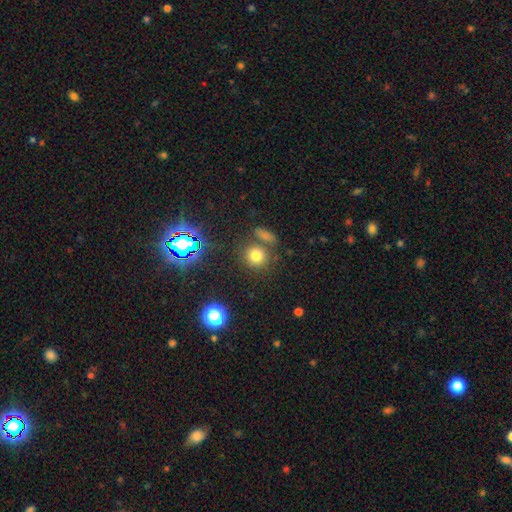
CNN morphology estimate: Overall: smooth (72%). How rounded: round (86%). Merging: none (73%).